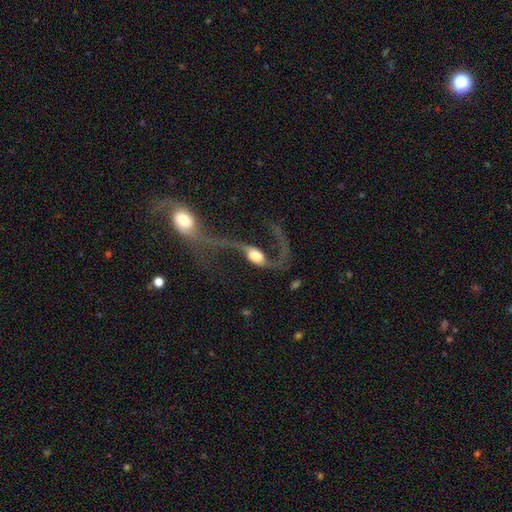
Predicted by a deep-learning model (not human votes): A featured or disk galaxy (76%) with no bar (52%), 2 (75%) loose (89%) spiral arms (88%) and a large central bulge (44%). Merging: major disturbance (36%).